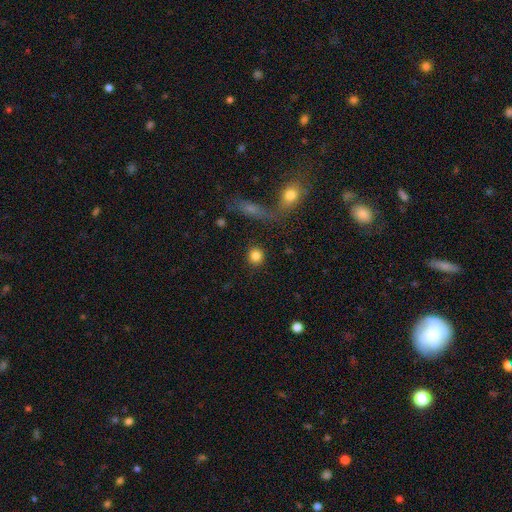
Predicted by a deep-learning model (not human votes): Q: Smooth or featured?
A: smooth (84%); runner-up: star or artifact (10%)
Q: How rounded?
A: round (91%); runner-up: in between (8%)
Q: Merging?
A: none (85%); runner-up: minor disturbance (6%)